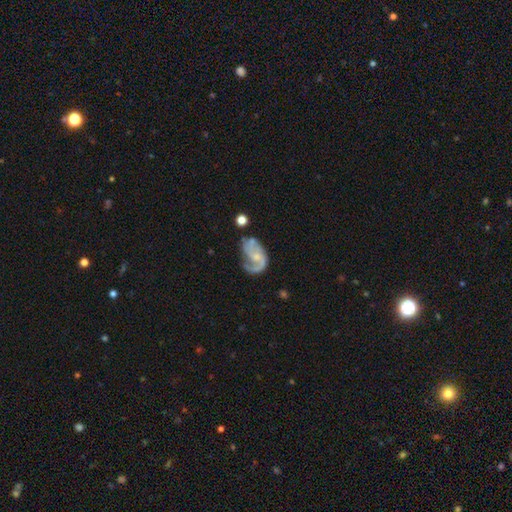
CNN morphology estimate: smooth_or_featured: featured or disk (p=0.80) [alt: smooth p=0.14]
disk_edge_on: no (p=0.97) [alt: yes p=0.03]
bar: no (p=0.63) [alt: weak p=0.31]
has_spiral_arms: yes (p=0.90) [alt: no p=0.10]
spiral_winding: medium (p=0.43) [alt: loose p=0.37]
spiral_arm_count: 2 (p=0.62) [alt: 1 p=0.22]
bulge_size: small (p=0.60) [alt: moderate p=0.23]
merging: none (p=0.42) [alt: major disturbance p=0.25]